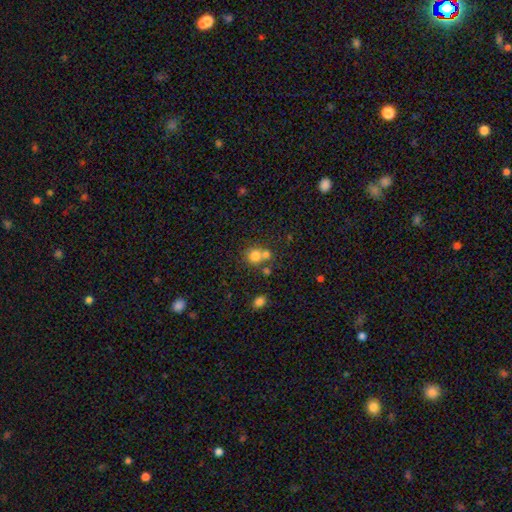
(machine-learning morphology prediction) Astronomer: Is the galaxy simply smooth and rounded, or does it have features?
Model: smooth — 76%.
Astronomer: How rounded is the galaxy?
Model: round — 84%.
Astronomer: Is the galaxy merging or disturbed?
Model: none — 49% (runner-up: merger, 39%).